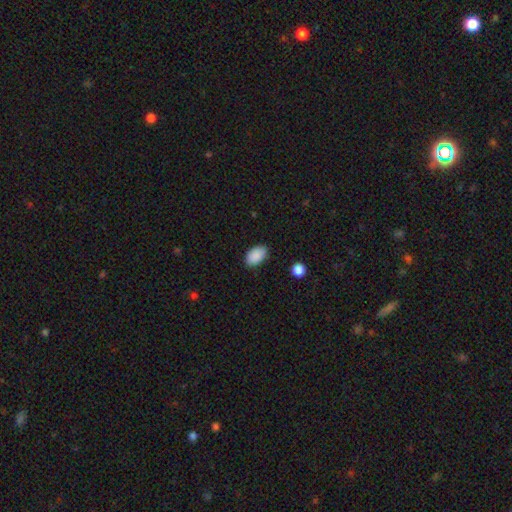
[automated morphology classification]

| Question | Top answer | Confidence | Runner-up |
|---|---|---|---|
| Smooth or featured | smooth | 90% | star or artifact (7%) |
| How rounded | in between | 93% | round (6%) |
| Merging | none | 87% | minor disturbance (10%) |